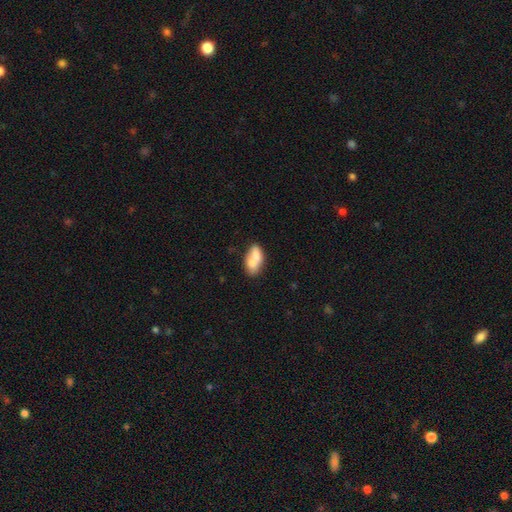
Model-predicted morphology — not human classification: Overall: smooth (70%). How rounded: in between (87%). Merging: none (39%; merger 38%).